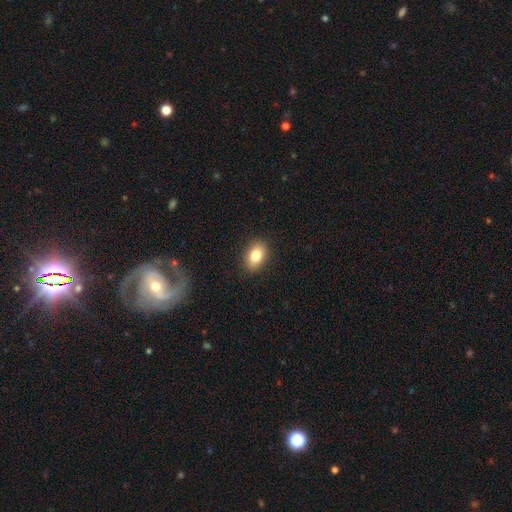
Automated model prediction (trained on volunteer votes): smooth-or-featured: smooth: 82% | featured or disk: 10% | star or artifact: 9%
  how-rounded: in between: 81% | round: 18% | cigar-shaped: 1%
  merging: none: 88% | minor disturbance: 9% | major disturbance: 2% | merger: 1%